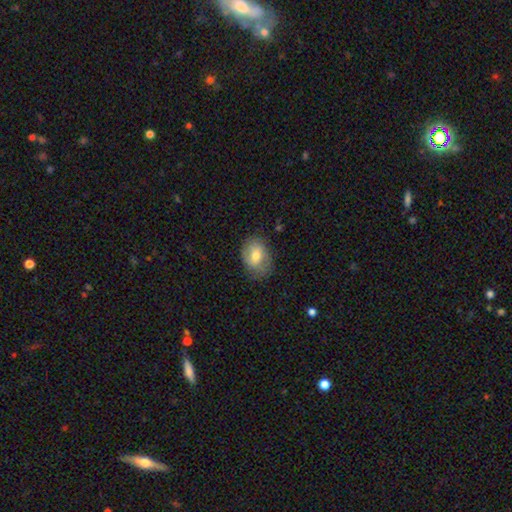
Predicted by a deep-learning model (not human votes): A smooth galaxy with no disk features (67%) that is in between round and cigar-shaped (69%). Merging: none (71%).